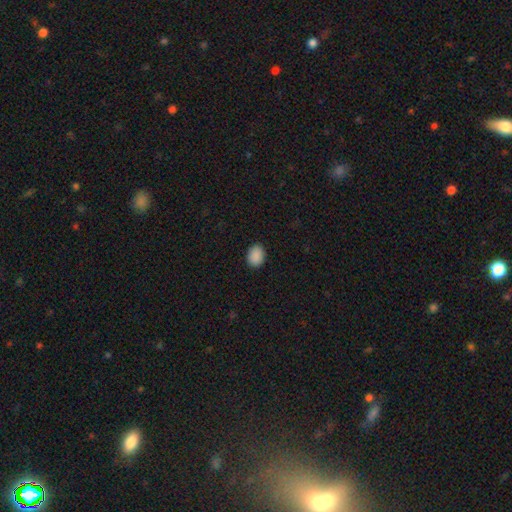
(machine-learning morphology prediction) The model was most divided on "how rounded": in between: 64%, round: 35%, cigar-shaped: 1%. More confident: smooth or featured — smooth (89%); merging — none (89%).